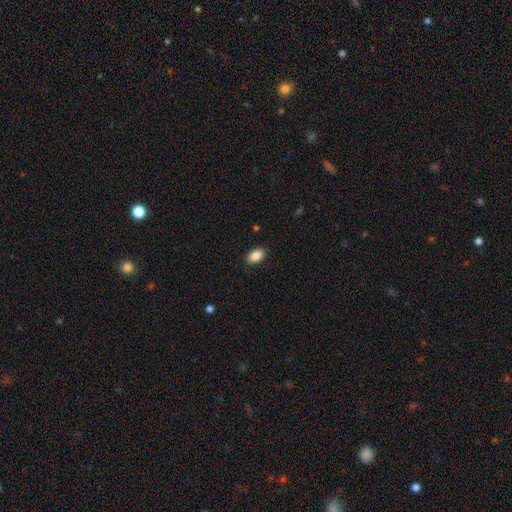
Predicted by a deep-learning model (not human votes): A smooth galaxy with no disk features (87%) that is in between round and cigar-shaped (91%). Merging: none (89%).